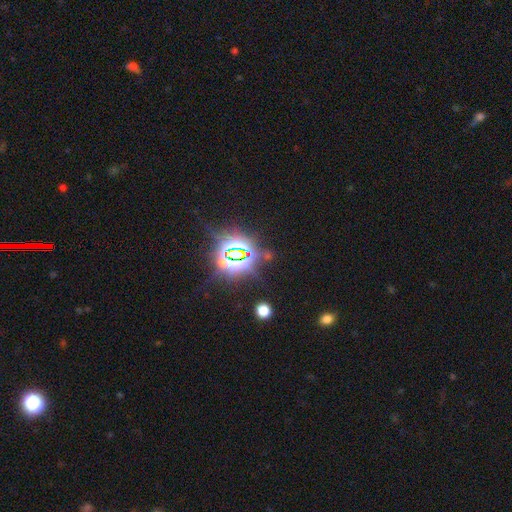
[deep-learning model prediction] Smooth or featured? Predicted: star or artifact (p=0.84).